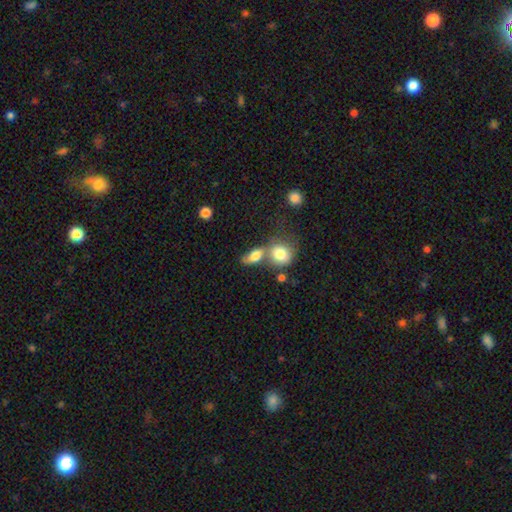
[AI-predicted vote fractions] smooth 76%, featured or disk 15%, star or artifact 9%. Down the decision tree: how rounded — in between (70%); merging — merger (48%).